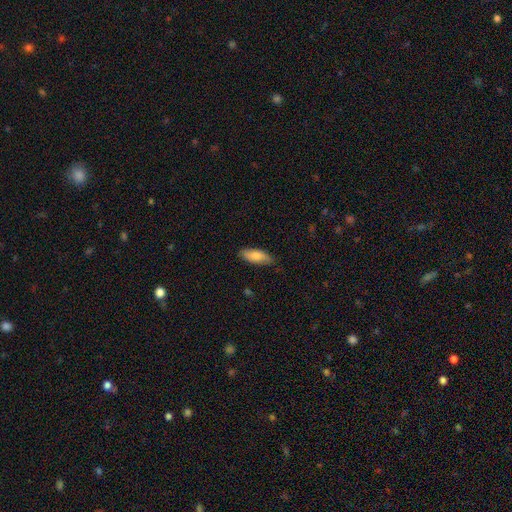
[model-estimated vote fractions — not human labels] Smooth or featured? smooth (79%)
How rounded? in between (73%)
Merging? none (78%)